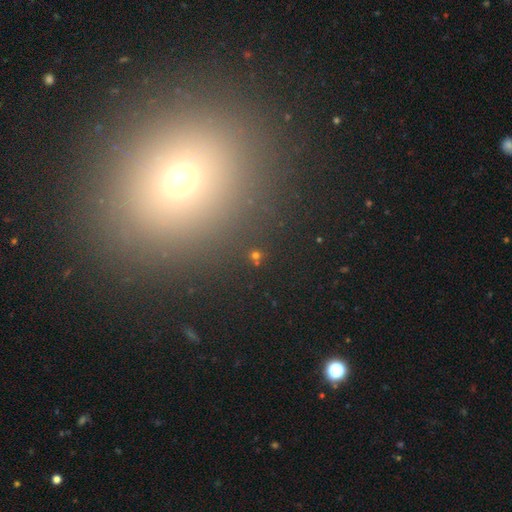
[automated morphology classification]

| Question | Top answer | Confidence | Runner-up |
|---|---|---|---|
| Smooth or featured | smooth | 47% | star or artifact (44%) |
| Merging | none | 83% | minor disturbance (8%) |